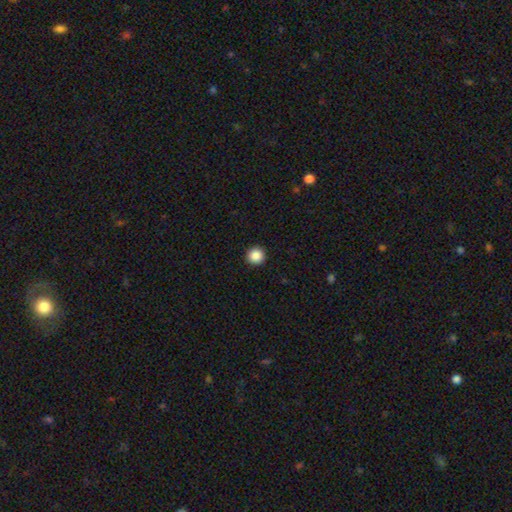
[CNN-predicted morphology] This appears to be a smooth galaxy with no disk features (88%) that is round (95%). Merging: none (93%).